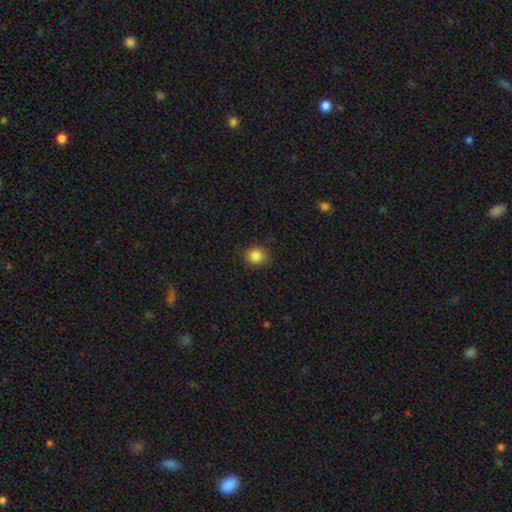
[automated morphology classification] smooth-or-featured: smooth: 85% | star or artifact: 10% | featured or disk: 5%
  how-rounded: round: 79% | in between: 20% | cigar-shaped: 1%
  merging: none: 87% | minor disturbance: 10% | major disturbance: 2% | merger: 1%